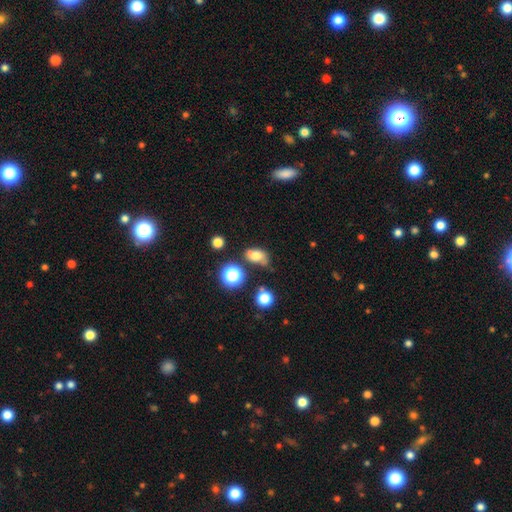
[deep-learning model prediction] smooth_or_featured: smooth (p=0.68) [alt: featured or disk p=0.17]
how_rounded: in between (p=0.76) [alt: round p=0.22]
merging: none (p=0.52) [alt: minor disturbance p=0.28]